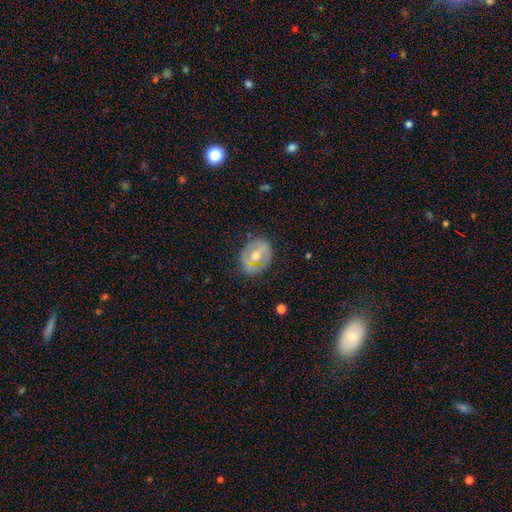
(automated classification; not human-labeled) This is likely a featured or disk galaxy (60%). It is clearly not viewed edge-on (94%). Bar: marginally no (42%). Spiral arm pattern: likely no (73%). Central bulge: likely moderate (74%). Merging: likely none (79%).